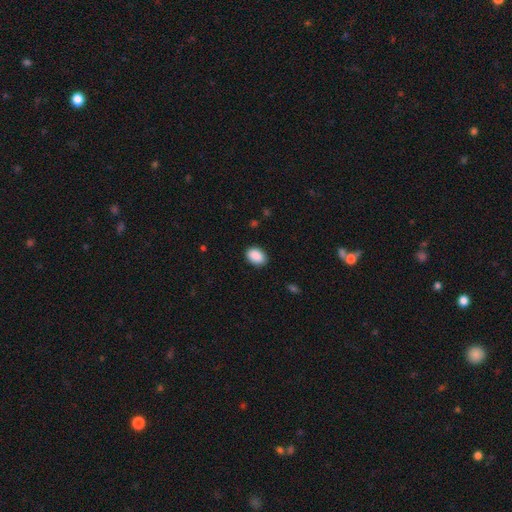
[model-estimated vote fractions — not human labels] A smooth galaxy with no disk features (90%) that is in between round and cigar-shaped (83%). Merging: none (87%).